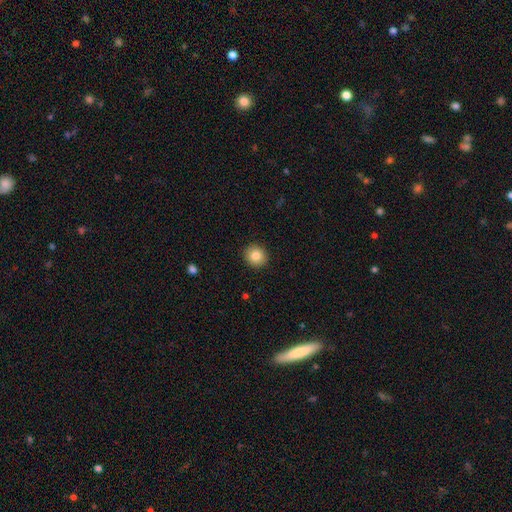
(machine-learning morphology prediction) Overall: smooth (84%). How rounded: round (88%). Merging: none (92%).